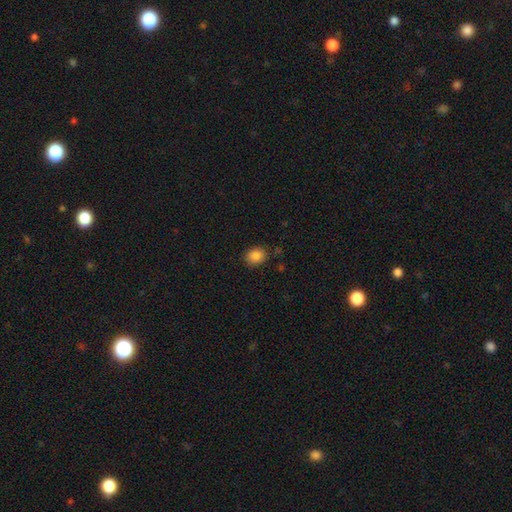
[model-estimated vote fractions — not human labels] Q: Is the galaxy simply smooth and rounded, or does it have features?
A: smooth — 86%.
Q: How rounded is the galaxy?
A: round — 54%.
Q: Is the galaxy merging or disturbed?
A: none — 84%.